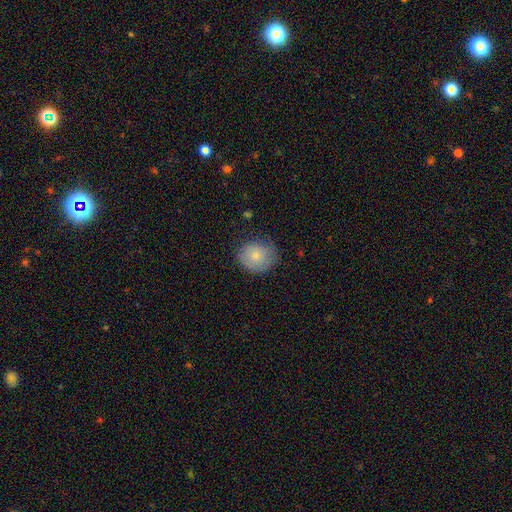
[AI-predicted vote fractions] Q: Smooth or featured?
A: smooth (78%); runner-up: featured or disk (14%)
Q: How rounded?
A: round (73%); runner-up: in between (26%)
Q: Merging?
A: none (72%); runner-up: minor disturbance (21%)